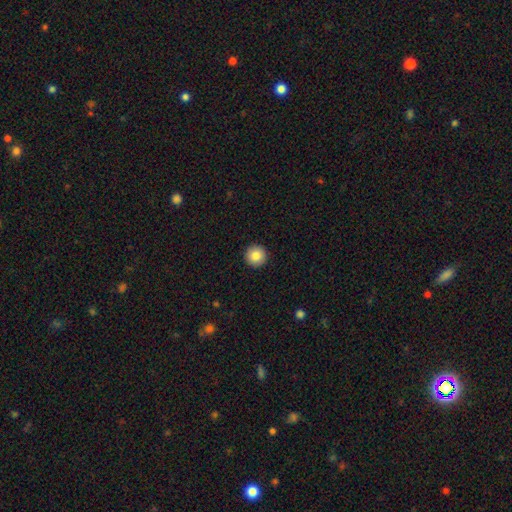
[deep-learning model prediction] Q: Smooth or featured?
A: smooth (84%); runner-up: star or artifact (9%)
Q: How rounded?
A: round (97%); runner-up: in between (3%)
Q: Merging?
A: none (94%); runner-up: minor disturbance (4%)